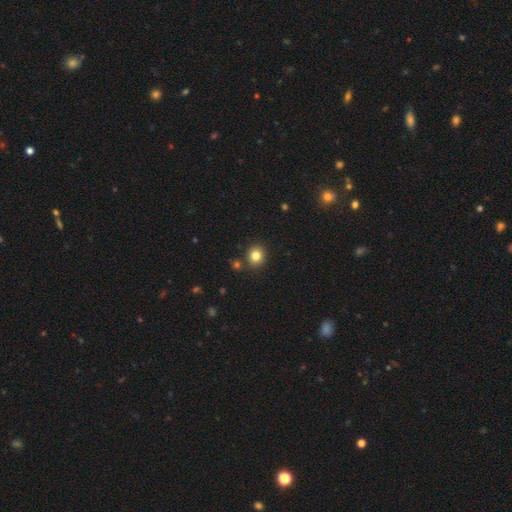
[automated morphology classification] This appears to be a smooth galaxy with no disk features (82%) that is round (80%). Merging: none (85%).